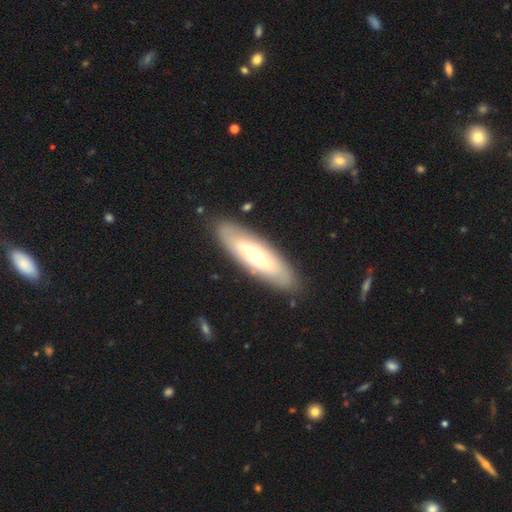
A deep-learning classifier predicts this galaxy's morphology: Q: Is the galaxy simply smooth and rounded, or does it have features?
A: smooth — 49%.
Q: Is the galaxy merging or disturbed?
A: none — 86%.